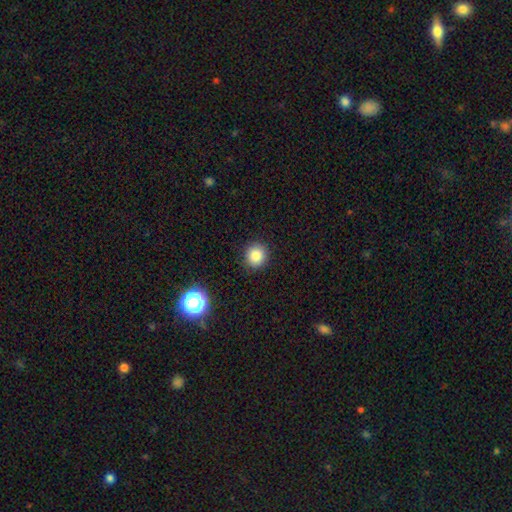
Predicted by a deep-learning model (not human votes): This is clearly a smooth galaxy (84%). How rounded: clearly round (91%). Merging: clearly none (90%).